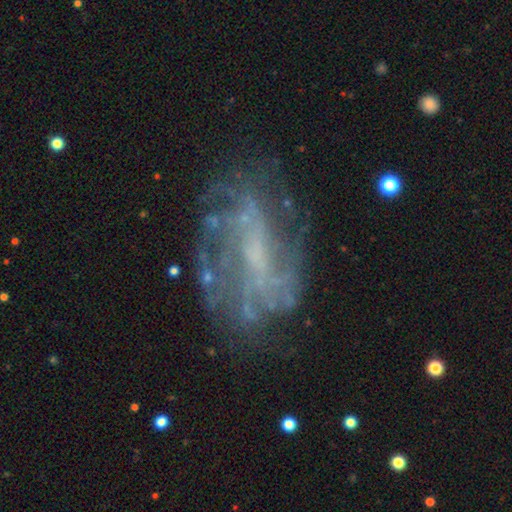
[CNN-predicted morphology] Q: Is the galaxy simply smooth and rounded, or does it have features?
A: featured or disk — 76%.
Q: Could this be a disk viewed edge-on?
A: no — 95%.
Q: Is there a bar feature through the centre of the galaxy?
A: no — 42%, tied with weak.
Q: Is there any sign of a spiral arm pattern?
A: yes — 73%.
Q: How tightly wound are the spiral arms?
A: medium — 38%.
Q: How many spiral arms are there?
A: can't tell — 51%.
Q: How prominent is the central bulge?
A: small — 44%.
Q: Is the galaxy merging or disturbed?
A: none — 65%.